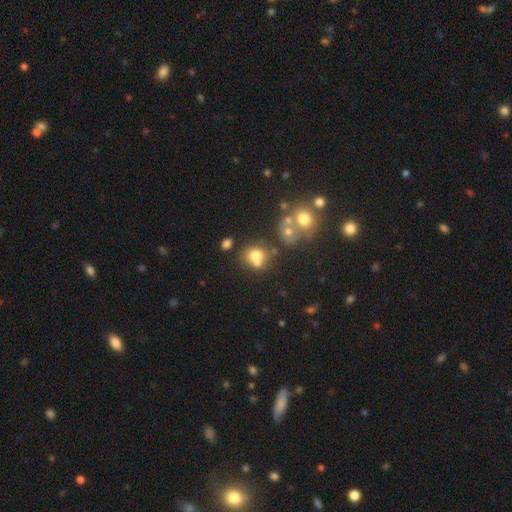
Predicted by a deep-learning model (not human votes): Smooth or featured? smooth (69%)
How rounded? round (68%)
Merging? none (41%)